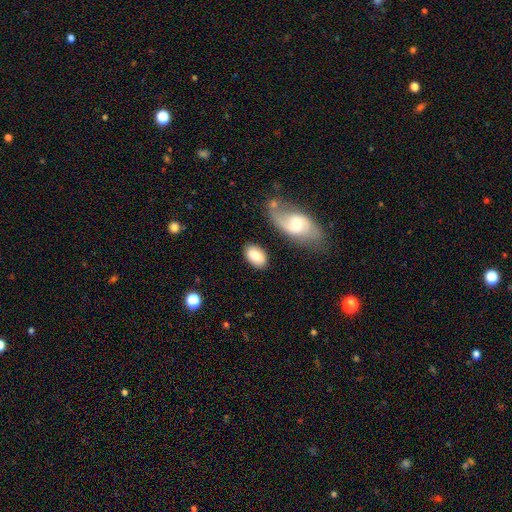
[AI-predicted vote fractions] A smooth galaxy with no disk features (80%) that is in between round and cigar-shaped (92%).

Vote fractions:
- Smooth or featured? smooth: 80% / featured or disk: 14% / star or artifact: 6%
- How rounded? in between: 92% / round: 6% / cigar-shaped: 2%
- Merging? none: 74% / minor disturbance: 14% / merger: 7% / major disturbance: 4%